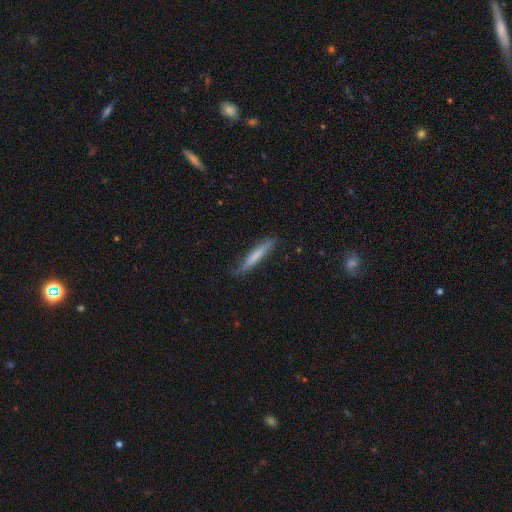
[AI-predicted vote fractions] A smooth galaxy with no disk features (64%) that is cigar-shaped (95%). Merging: none (78%).